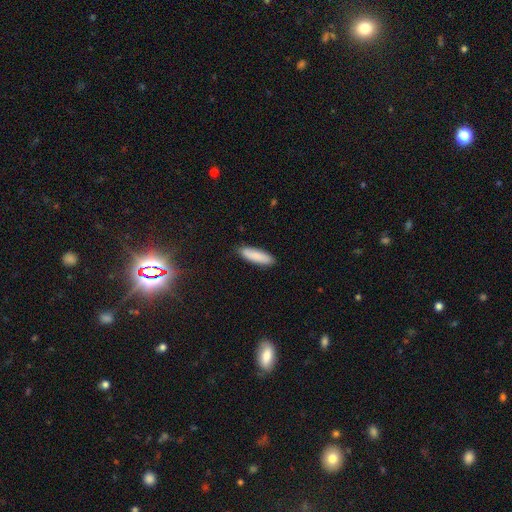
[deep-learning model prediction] A smooth galaxy with no disk features (86%) that is cigar-shaped (60%).

Vote fractions:
- Smooth or featured? smooth: 86% / featured or disk: 8% / star or artifact: 6%
- How rounded? cigar-shaped: 60% / in between: 38% / round: 1%
- Merging? none: 86% / minor disturbance: 11% / major disturbance: 2% / merger: 1%